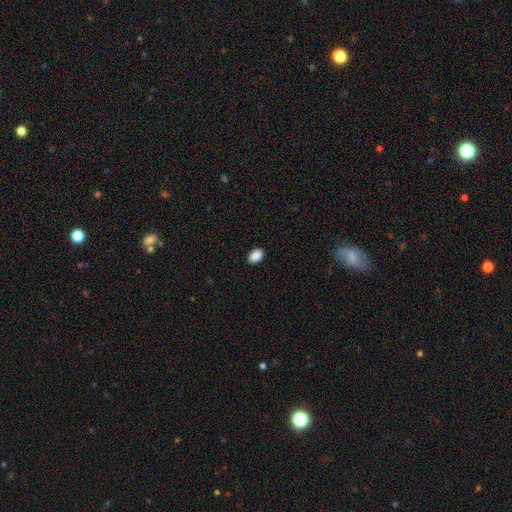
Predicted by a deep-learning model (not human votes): Smooth or featured? Predicted: smooth (p=0.90). How rounded? Predicted: in between (p=0.91). Merging? Predicted: none (p=0.90).